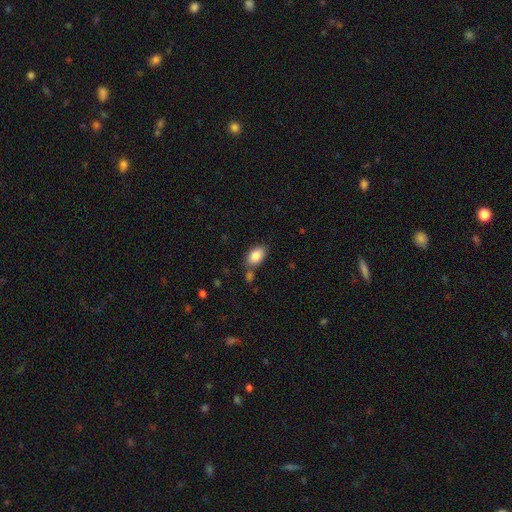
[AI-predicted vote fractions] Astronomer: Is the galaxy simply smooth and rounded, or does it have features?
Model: smooth — 86%.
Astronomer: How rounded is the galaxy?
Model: in between — 90%.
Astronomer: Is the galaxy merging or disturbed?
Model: none — 68%.